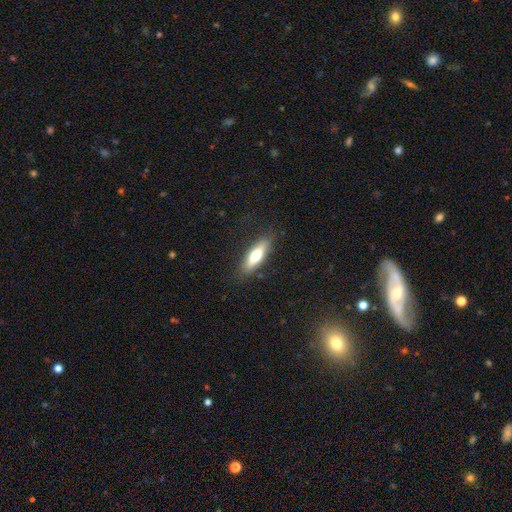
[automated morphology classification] Smooth or featured? smooth (65%)
How rounded? cigar-shaped (55%)
Merging? none (85%)